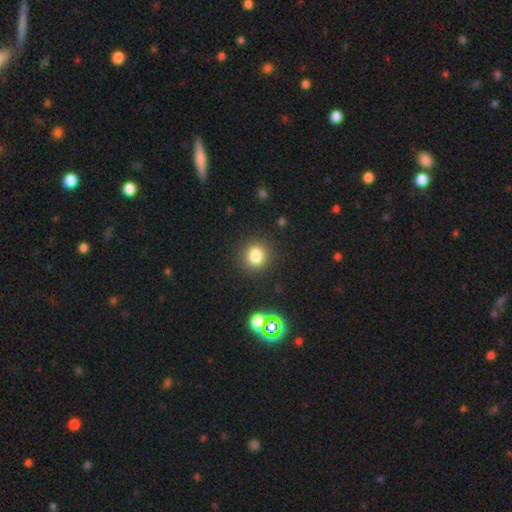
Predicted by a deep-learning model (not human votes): The model was most divided on "smooth or featured": smooth: 80%, star or artifact: 13%, featured or disk: 6%. More confident: merging — none (89%); how rounded — round (88%).